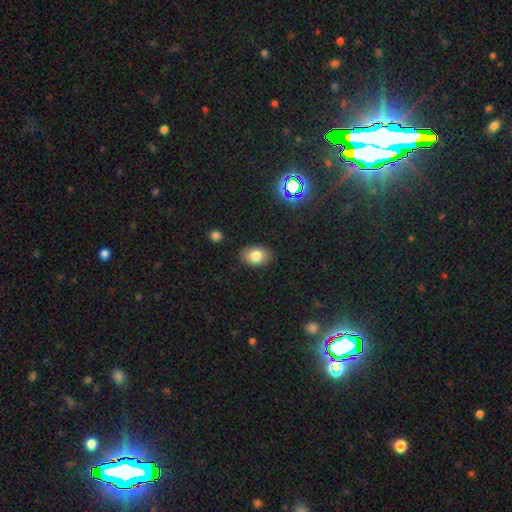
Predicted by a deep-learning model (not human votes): Smooth or featured? smooth (81%)
How rounded? in between (79%)
Merging? none (86%)